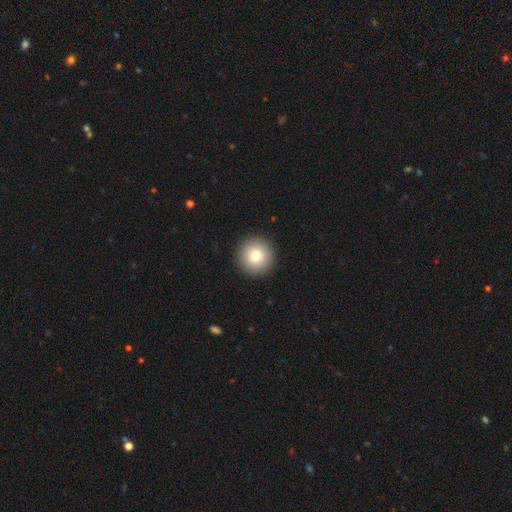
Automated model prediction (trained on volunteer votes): Q: Smooth or featured?
A: smooth (79%); runner-up: featured or disk (11%)
Q: How rounded?
A: round (96%); runner-up: in between (3%)
Q: Merging?
A: none (93%); runner-up: minor disturbance (4%)